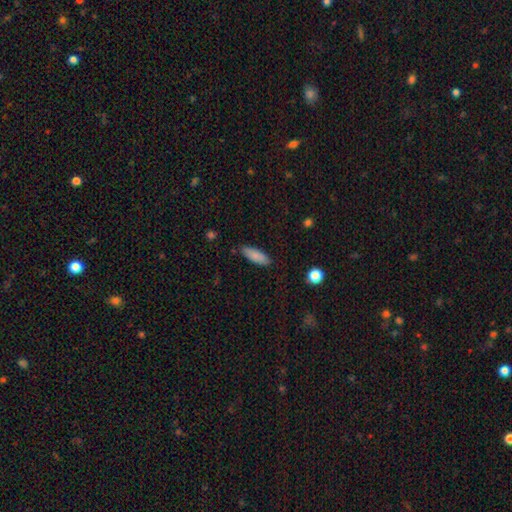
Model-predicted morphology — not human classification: smooth-or-featured: smooth: 85% | featured or disk: 9% | star or artifact: 7%
  how-rounded: in between: 62% | cigar-shaped: 36% | round: 2%
  merging: none: 84% | minor disturbance: 12% | major disturbance: 2% | merger: 1%